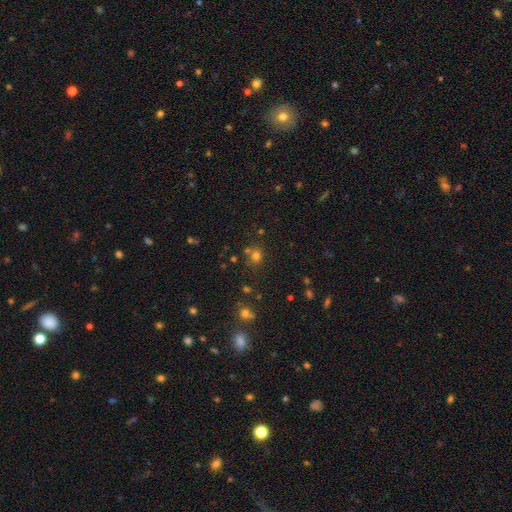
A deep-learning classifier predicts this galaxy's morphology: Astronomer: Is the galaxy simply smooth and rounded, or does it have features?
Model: smooth — 68%.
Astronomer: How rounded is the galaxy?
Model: round — 80%.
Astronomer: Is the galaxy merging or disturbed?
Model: none — 66%.